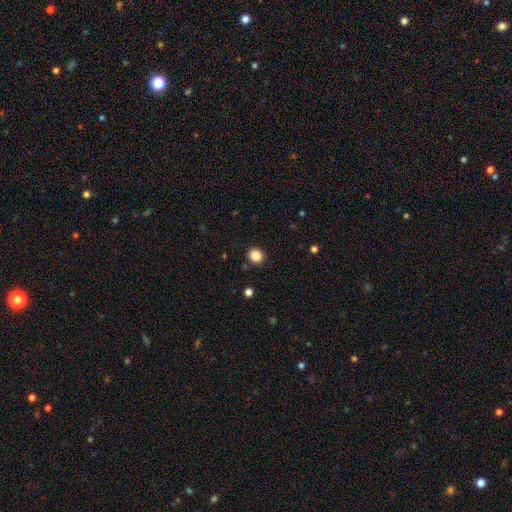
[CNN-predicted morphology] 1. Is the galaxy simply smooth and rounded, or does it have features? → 85% smooth, 11% star or artifact, 4% featured or disk.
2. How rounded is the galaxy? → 83% round, 16% in between, 1% cigar-shaped.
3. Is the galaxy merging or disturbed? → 90% none, 6% minor disturbance, 2% major disturbance, 1% merger.